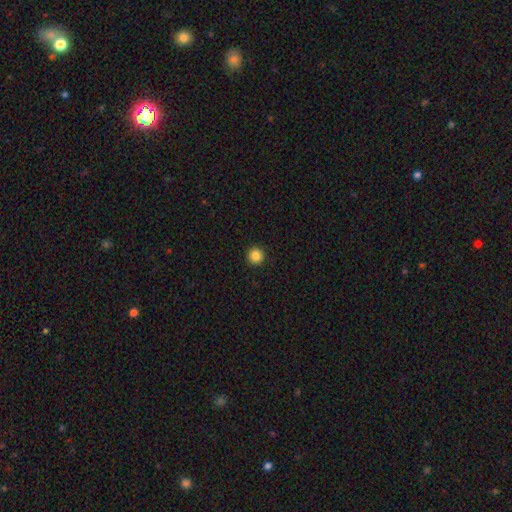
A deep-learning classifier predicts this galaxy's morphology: Smooth or featured? smooth (85%)
How rounded? round (96%)
Merging? none (93%)